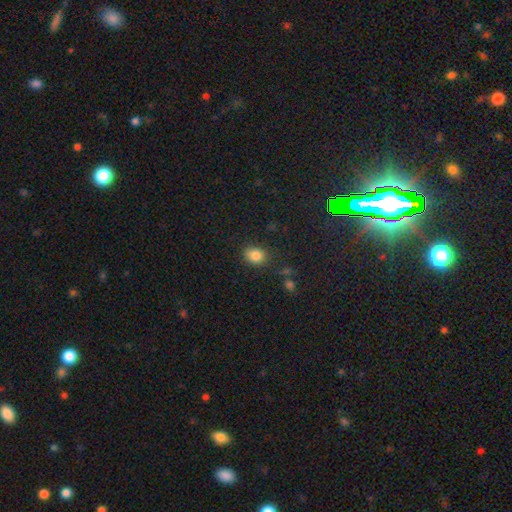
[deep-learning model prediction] A smooth galaxy with no disk features (83%) that is round (50%).

Vote fractions:
- Smooth or featured? smooth: 83% / star or artifact: 12% / featured or disk: 5%
- How rounded? round: 50% / in between: 49% / cigar-shaped: 1%
- Merging? none: 79% / minor disturbance: 14% / major disturbance: 4% / merger: 3%